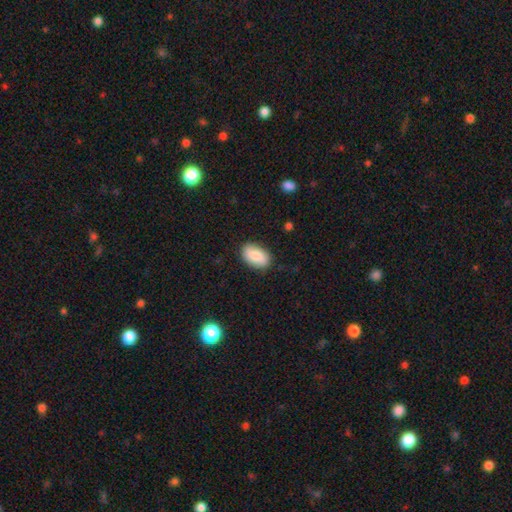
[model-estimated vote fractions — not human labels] This appears to be a smooth galaxy with no disk features (83%) that is in between round and cigar-shaped (92%). Merging: none (84%).